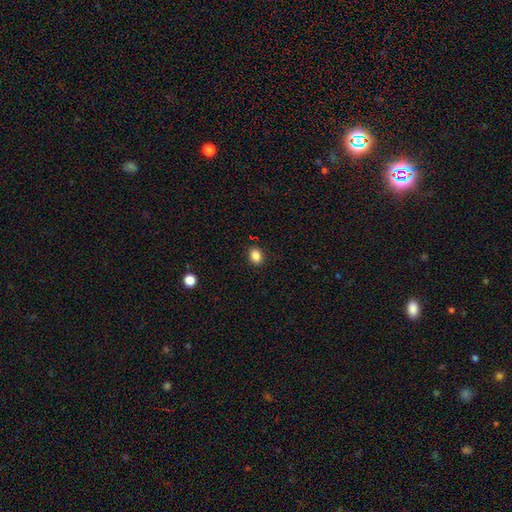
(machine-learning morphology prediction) smooth-or-featured: smooth: 86% | star or artifact: 10% | featured or disk: 4%
  how-rounded: in between: 68% | round: 30% | cigar-shaped: 1%
  merging: none: 88% | minor disturbance: 8% | major disturbance: 2% | merger: 1%